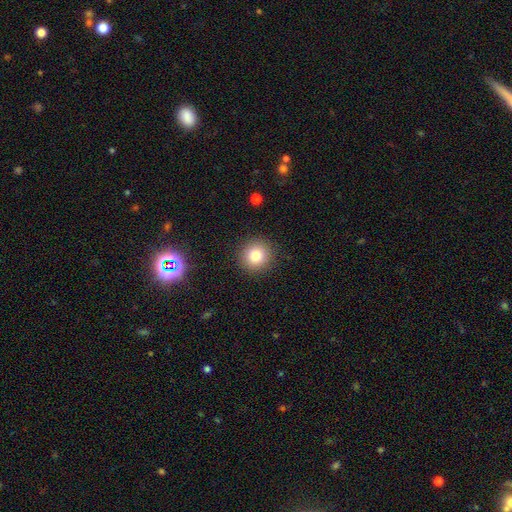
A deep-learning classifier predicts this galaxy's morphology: smooth-or-featured: smooth: 81% | star or artifact: 11% | featured or disk: 8%
  how-rounded: round: 94% | in between: 6% | cigar-shaped: 1%
  merging: none: 90% | minor disturbance: 6% | major disturbance: 2% | merger: 1%